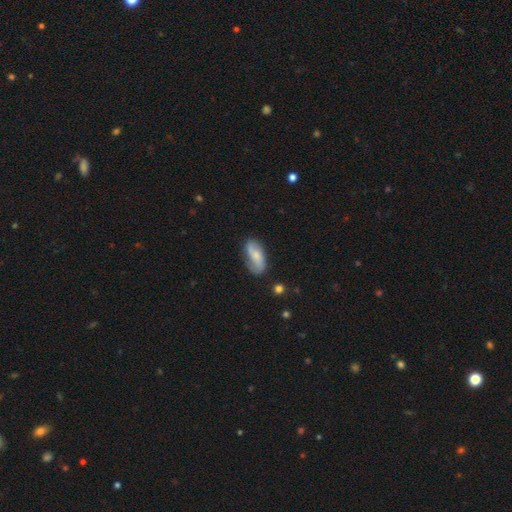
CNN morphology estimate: The model was most divided on "smooth or featured": smooth: 49%, featured or disk: 44%, star or artifact: 7%. More confident: merging — none (66%).